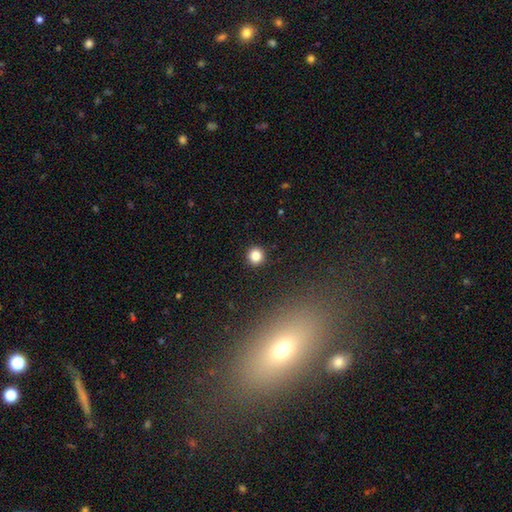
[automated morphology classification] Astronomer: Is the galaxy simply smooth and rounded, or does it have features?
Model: smooth — 84%.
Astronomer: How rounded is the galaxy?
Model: round — 94%.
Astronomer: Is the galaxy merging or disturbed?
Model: none — 93%.